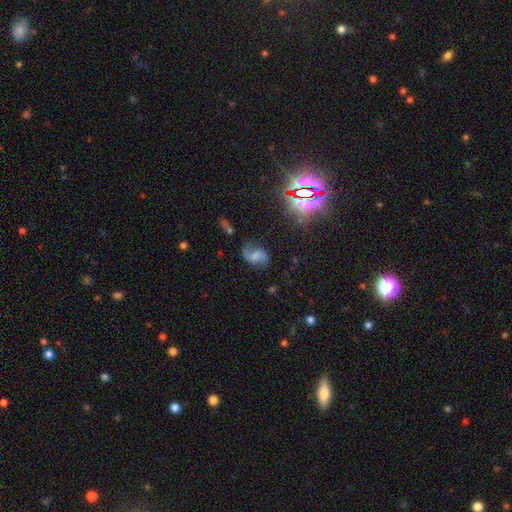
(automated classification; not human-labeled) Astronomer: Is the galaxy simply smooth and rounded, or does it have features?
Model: featured or disk — 66%.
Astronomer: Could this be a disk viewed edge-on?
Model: no — 97%.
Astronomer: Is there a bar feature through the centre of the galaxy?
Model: no — 44% (runner-up: weak, 42%).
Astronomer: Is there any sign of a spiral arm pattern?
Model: yes — 92%.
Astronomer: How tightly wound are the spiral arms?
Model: loose — 64%.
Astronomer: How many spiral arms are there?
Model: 2 — 88%.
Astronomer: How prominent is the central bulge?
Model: none — 35% (runner-up: moderate, 28%).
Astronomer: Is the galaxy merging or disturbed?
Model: none — 67%.